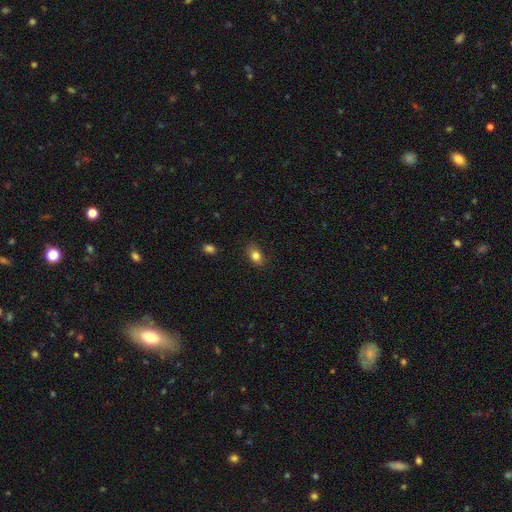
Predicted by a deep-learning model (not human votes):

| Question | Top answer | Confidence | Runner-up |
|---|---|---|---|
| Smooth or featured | smooth | 83% | star or artifact (10%) |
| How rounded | in between | 79% | round (19%) |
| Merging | none | 80% | minor disturbance (15%) |